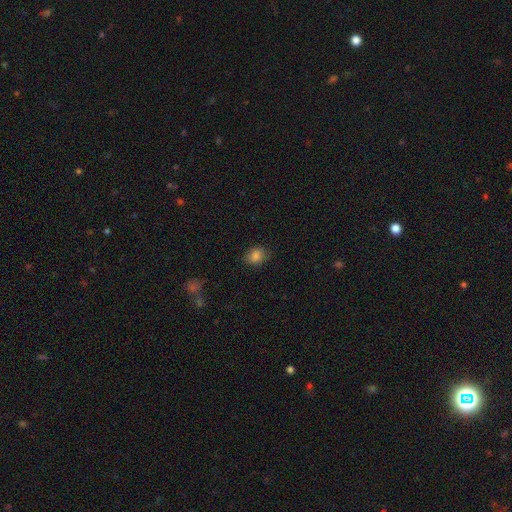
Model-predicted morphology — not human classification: A smooth galaxy with no disk features (84%) that is round (50%). Merging: none (83%).